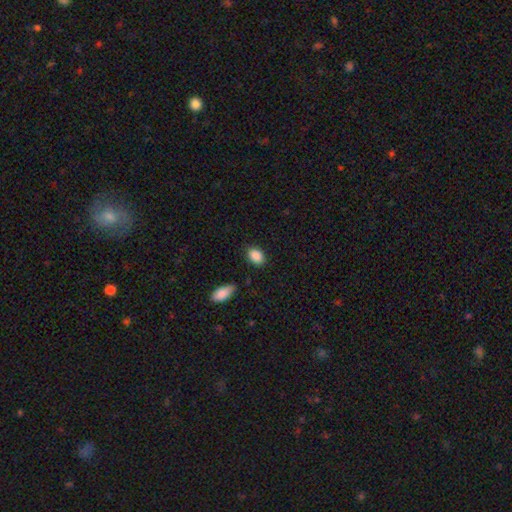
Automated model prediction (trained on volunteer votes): This appears to be a smooth galaxy with no disk features (89%) that is in between round and cigar-shaped (80%). Merging: none (84%).